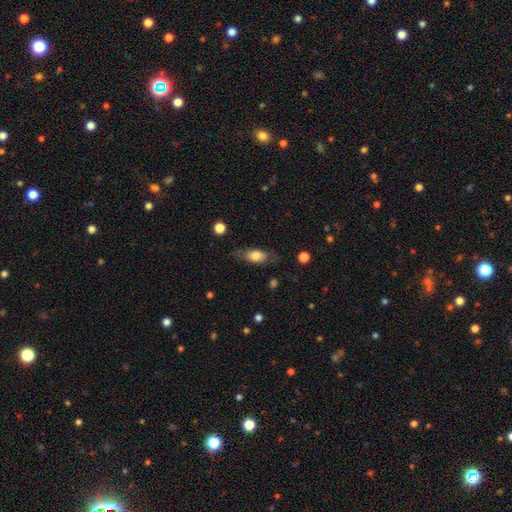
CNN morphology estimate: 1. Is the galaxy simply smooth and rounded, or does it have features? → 67% smooth, 26% featured or disk, 7% star or artifact.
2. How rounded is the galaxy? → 77% in between, 18% cigar-shaped, 5% round.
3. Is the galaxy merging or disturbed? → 71% none, 20% minor disturbance, 7% major disturbance, 2% merger.